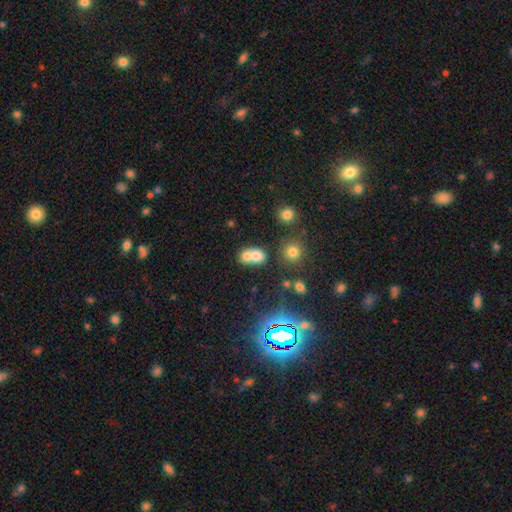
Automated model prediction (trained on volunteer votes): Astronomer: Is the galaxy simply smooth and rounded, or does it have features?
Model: smooth — 68%.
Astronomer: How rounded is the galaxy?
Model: in between — 50% (runner-up: round, 48%).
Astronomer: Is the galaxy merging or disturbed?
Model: merger — 65%.